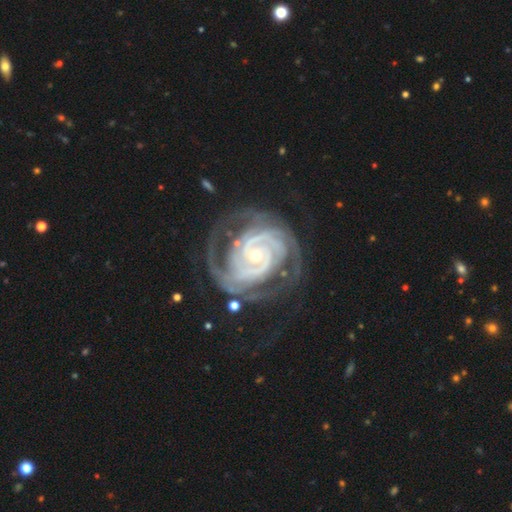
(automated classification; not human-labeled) Smooth or featured?
  - featured or disk: 93% *
  - star or artifact: 4%
  - smooth: 3%
Edge-on disk?
  - no: 98% *
  - yes: 2%
Bar?
  - no: 58% *
  - weak: 28%
  - strong: 14%
Spiral arms?
  - yes: 98% *
  - no: 2%
Spiral winding?
  - tight: 72% *
  - medium: 24%
  - loose: 4%
Spiral arm count?
  - 2: 42% *
  - 3: 22%
  - can't tell: 14%
  - 4: 10%
  - more than 4: 6%
  - 1: 6%
Bulge size?
  - small: 55% *
  - moderate: 41%
  - large: 2%
  - none: 1%
  - dominant: 1%
Merging?
  - none: 65% *
  - minor disturbance: 19%
  - major disturbance: 14%
  - merger: 2%